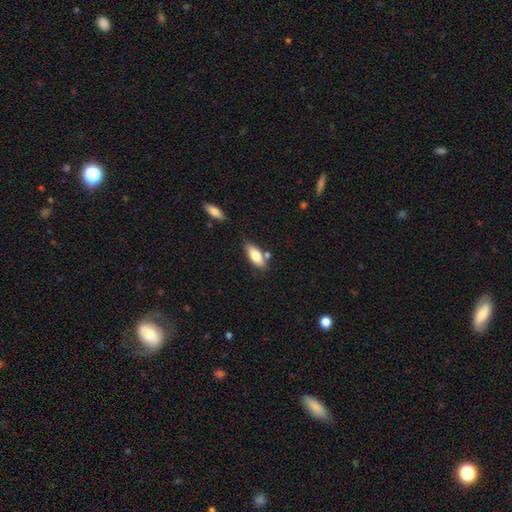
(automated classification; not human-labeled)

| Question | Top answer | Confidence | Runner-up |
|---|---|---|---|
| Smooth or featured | smooth | 75% | featured or disk (19%) |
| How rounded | in between | 78% | cigar-shaped (20%) |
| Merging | none | 73% | minor disturbance (14%) |